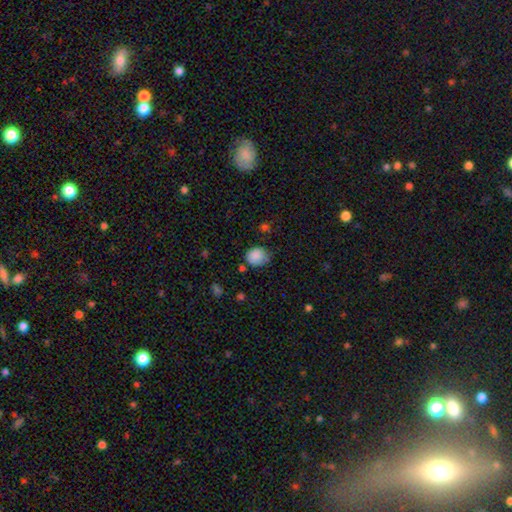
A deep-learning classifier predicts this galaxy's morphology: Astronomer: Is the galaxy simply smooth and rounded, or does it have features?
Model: smooth — 86%.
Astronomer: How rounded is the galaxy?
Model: round — 64%.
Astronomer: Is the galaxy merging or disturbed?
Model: none — 61%.